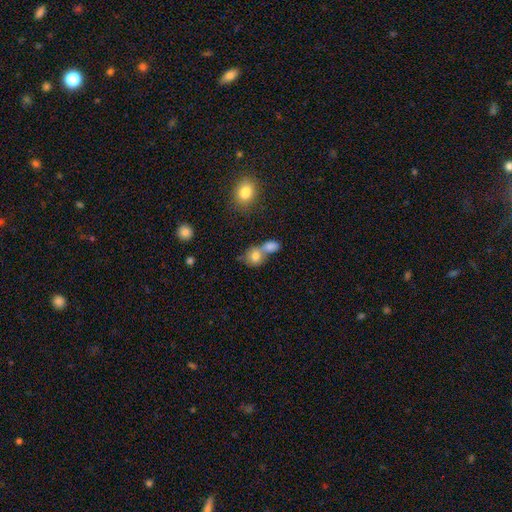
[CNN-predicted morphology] Q: Smooth or featured?
A: smooth (78%); runner-up: featured or disk (11%)
Q: How rounded?
A: round (65%); runner-up: in between (34%)
Q: Merging?
A: merger (53%); runner-up: none (34%)